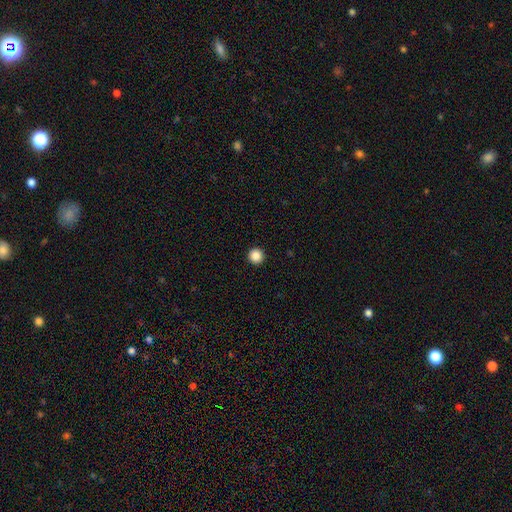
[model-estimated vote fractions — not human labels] Q: Smooth or featured?
A: smooth (87%); runner-up: star or artifact (10%)
Q: How rounded?
A: round (97%); runner-up: in between (2%)
Q: Merging?
A: none (94%); runner-up: minor disturbance (3%)